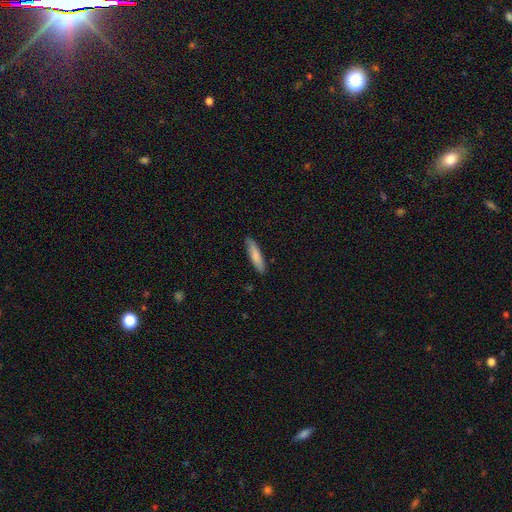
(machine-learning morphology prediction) A smooth galaxy with no disk features (80%) that is cigar-shaped (79%).

Vote fractions:
- Smooth or featured? smooth: 80% / featured or disk: 15% / star or artifact: 5%
- How rounded? cigar-shaped: 79% / in between: 19% / round: 1%
- Merging? none: 87% / minor disturbance: 10% / major disturbance: 2% / merger: 1%